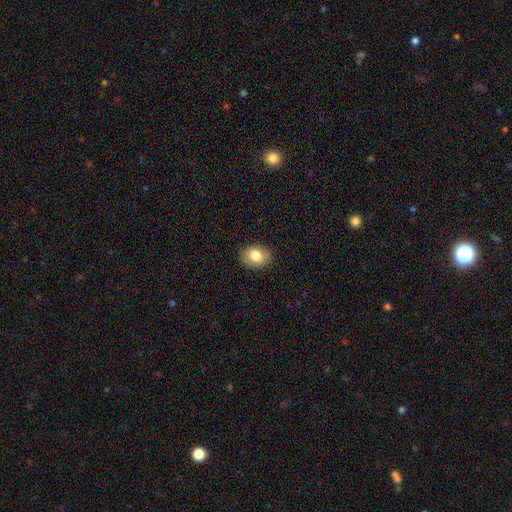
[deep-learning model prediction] Morphology: type=smooth (80%); roundness=in between (68%); merging=none (86%).